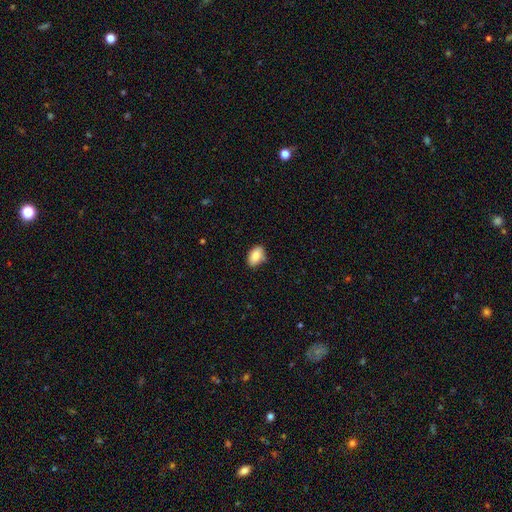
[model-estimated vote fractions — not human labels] The model was most divided on "merging": none: 79%, minor disturbance: 17%, major disturbance: 2%, merger: 1%. More confident: how rounded — in between (87%); smooth or featured — smooth (84%).